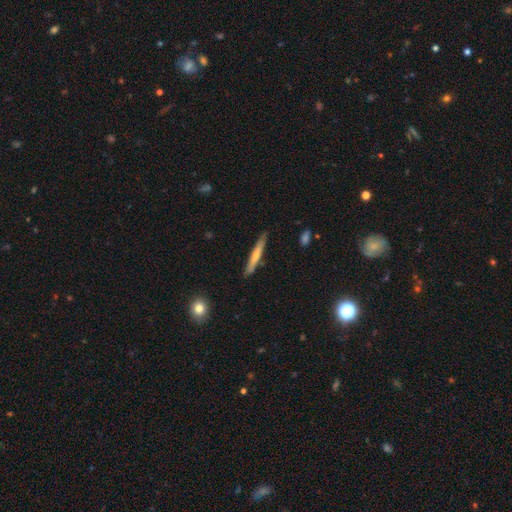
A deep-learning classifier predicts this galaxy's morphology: Overall: smooth (58%; featured or disk 37%). How rounded: cigar-shaped (95%). Merging: none (85%).